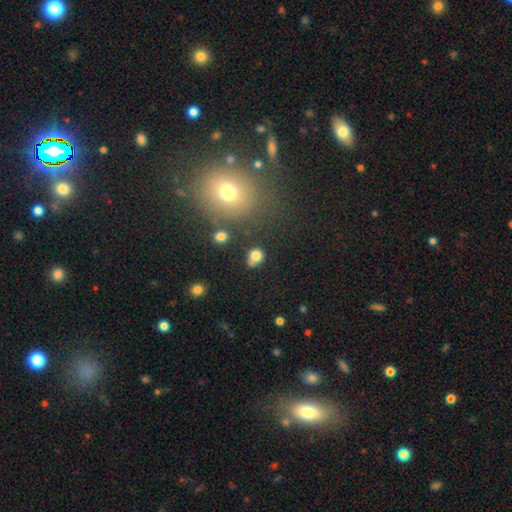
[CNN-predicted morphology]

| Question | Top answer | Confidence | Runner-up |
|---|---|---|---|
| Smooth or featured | smooth | 79% | star or artifact (12%) |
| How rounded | round | 57% | in between (42%) |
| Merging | none | 55% | minor disturbance (21%) |